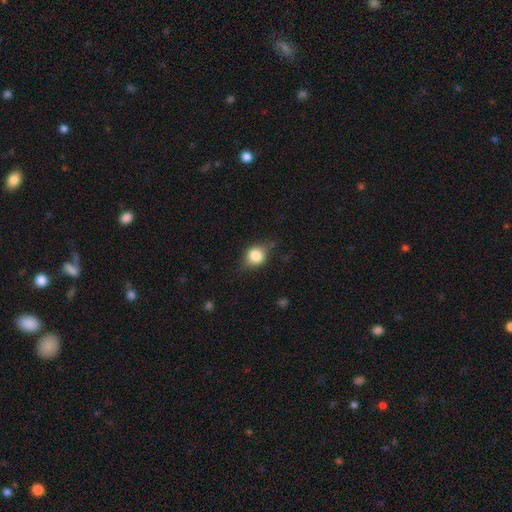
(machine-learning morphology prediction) Overall: smooth (80%). How rounded: round (64%; in between 35%). Merging: none (70%).